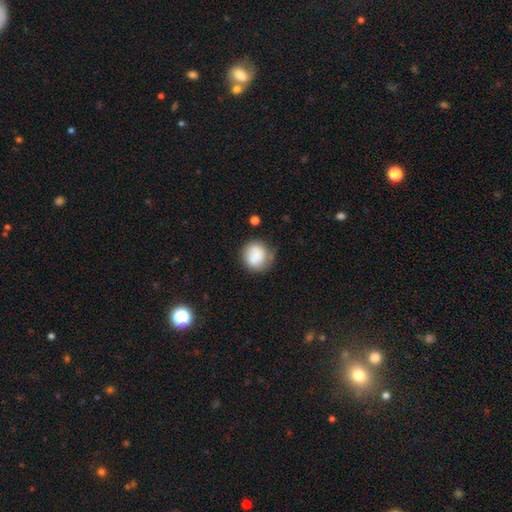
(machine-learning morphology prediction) A smooth galaxy with no disk features (81%) that is round (84%). Merging: none (59%).